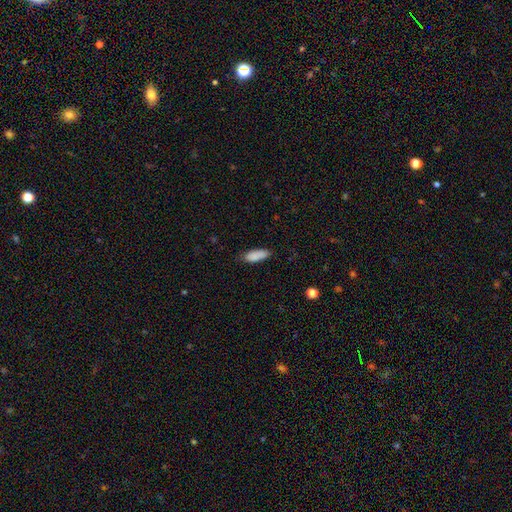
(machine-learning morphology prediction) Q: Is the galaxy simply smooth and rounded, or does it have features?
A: smooth — 87%.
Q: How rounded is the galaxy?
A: in between — 70%.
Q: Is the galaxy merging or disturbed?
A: none — 75%.